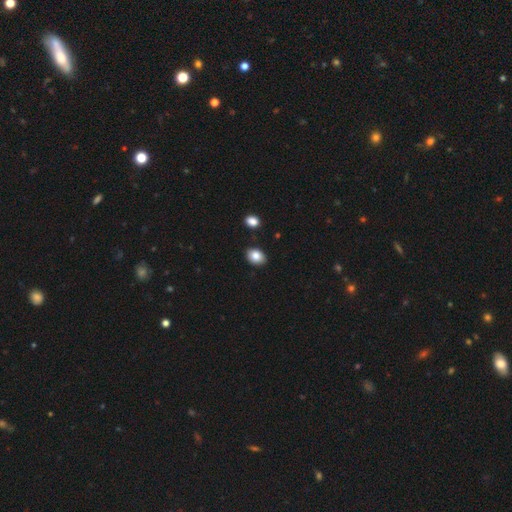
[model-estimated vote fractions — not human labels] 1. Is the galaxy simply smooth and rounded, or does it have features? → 85% smooth, 9% star or artifact, 7% featured or disk.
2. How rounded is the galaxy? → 70% in between, 29% round, 1% cigar-shaped.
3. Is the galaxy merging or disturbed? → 86% none, 9% minor disturbance, 3% merger, 2% major disturbance.